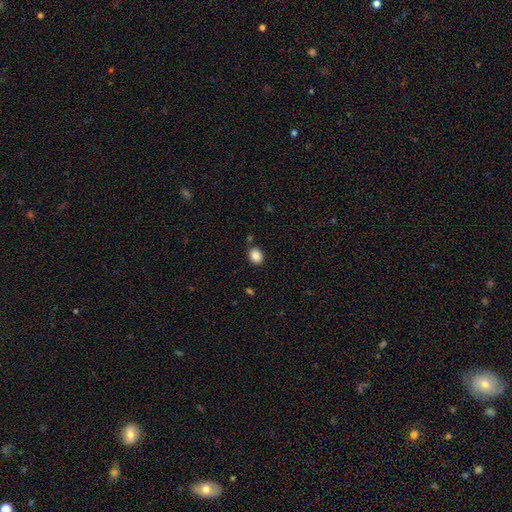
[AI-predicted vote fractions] Smooth or featured? smooth (87%)
How rounded? in between (51%)
Merging? none (80%)